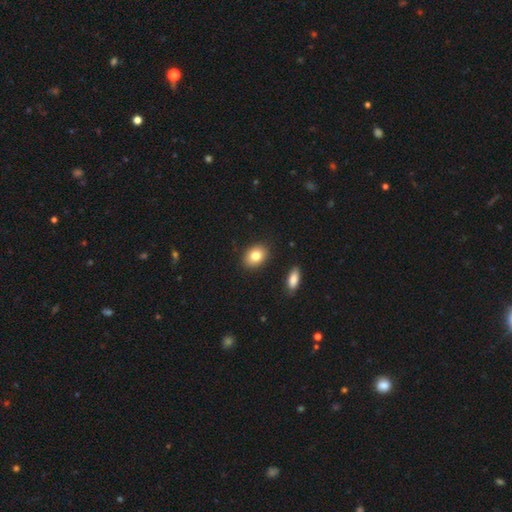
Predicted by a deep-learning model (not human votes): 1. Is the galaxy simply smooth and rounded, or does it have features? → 81% smooth, 11% featured or disk, 9% star or artifact.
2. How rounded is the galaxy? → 69% in between, 29% round, 1% cigar-shaped.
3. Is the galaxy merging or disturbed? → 88% none, 8% minor disturbance, 2% major disturbance, 2% merger.